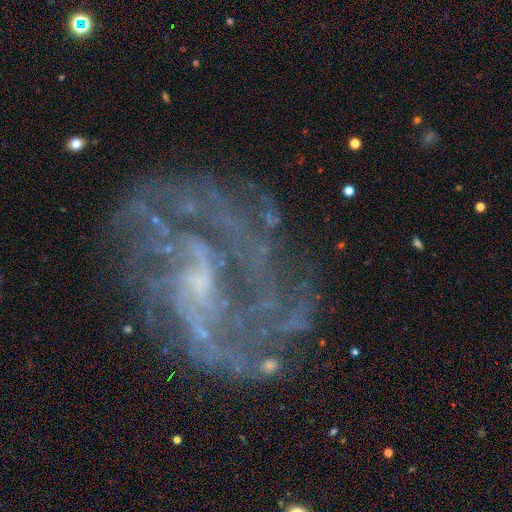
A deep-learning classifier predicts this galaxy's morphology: type=featured or disk (86%); edge-on=no (98%); bar=weak (45%); spiral arms=yes (93%); winding=medium (45%); arm count=can't tell (28%); bulge=small (51%); merging=none (63%).